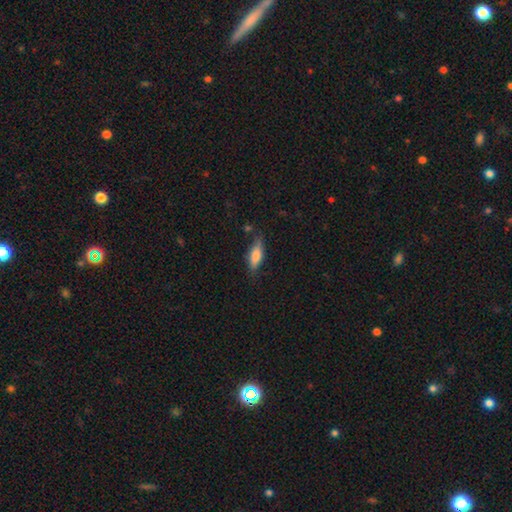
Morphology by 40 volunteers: Smooth or featured: smooth — 82% (featured or disk — 12%)
How rounded: cigar-shaped — 58% (in between — 39%)
Merging: none — 74% (minor disturbance — 18%)